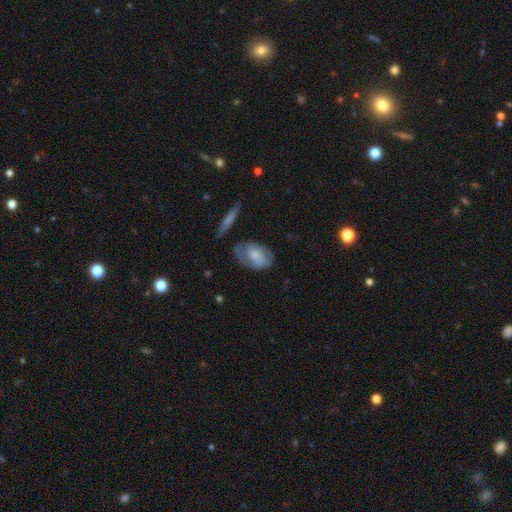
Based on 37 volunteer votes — smooth_or_featured: featured or disk (p=0.65) [alt: smooth p=0.35]
disk_edge_on: no (p=0.92) [alt: yes p=0.08]
bar: no (p=0.50) [alt: weak p=0.45]
has_spiral_arms: yes (p=0.73) [alt: no p=0.27]
spiral_winding: medium (p=0.50) [alt: tight p=0.31]
spiral_arm_count: 2 (p=0.69) [alt: can't tell p=0.31]
bulge_size: small (p=0.45) [alt: moderate p=0.41]
merging: none (p=0.59) [alt: minor disturbance p=0.27]